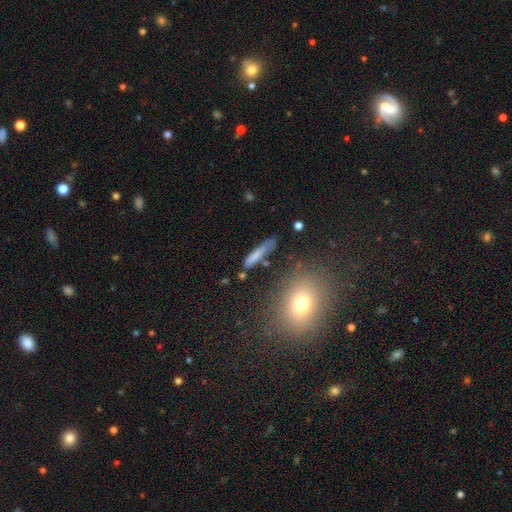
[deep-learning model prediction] Smooth or featured? smooth (70%)
How rounded? cigar-shaped (88%)
Merging? none (67%)